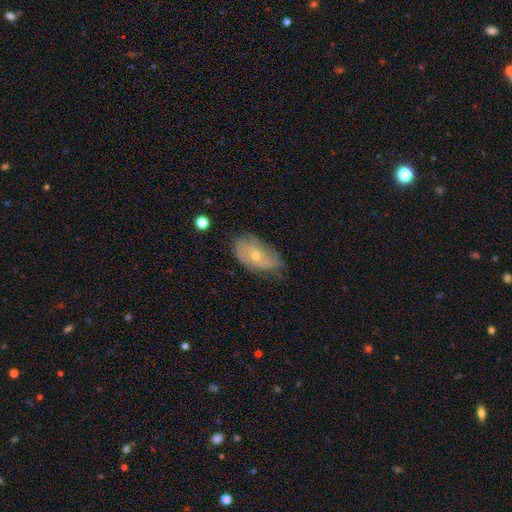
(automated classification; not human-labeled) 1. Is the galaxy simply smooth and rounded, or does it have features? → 53% featured or disk, 39% smooth, 8% star or artifact.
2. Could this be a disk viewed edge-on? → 92% no, 8% yes.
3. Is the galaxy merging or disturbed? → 55% none, 34% minor disturbance, 10% major disturbance, 2% merger.